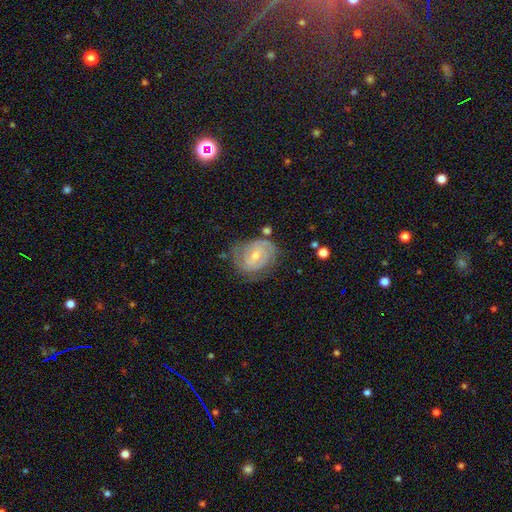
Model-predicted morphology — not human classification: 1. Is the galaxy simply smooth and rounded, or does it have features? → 78% featured or disk, 16% smooth, 6% star or artifact.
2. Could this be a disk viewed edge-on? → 97% no, 3% yes.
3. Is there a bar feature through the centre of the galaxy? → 53% weak, 32% no, 15% strong.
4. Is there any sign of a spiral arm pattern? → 89% yes, 11% no.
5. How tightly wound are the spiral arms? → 65% tight, 28% medium, 8% loose.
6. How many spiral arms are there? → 49% 2, 30% can't tell, 11% 3, 4% 1, 3% 4, 2% more than 4.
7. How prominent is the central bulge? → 56% small, 39% moderate, 2% none, 1% large, 1% dominant.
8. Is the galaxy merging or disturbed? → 61% none, 23% minor disturbance, 11% major disturbance, 4% merger.